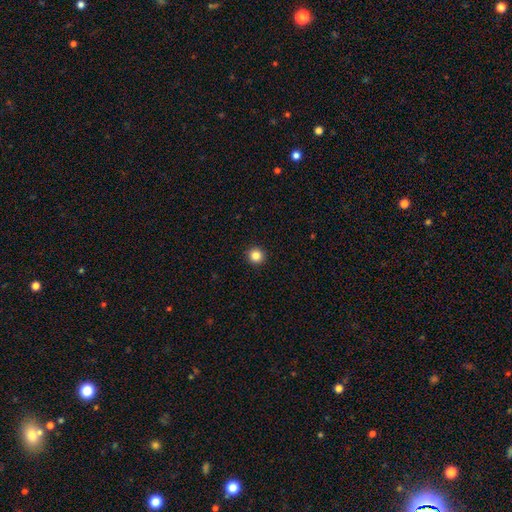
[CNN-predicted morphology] Smooth or featured? smooth (84%)
How rounded? round (96%)
Merging? none (94%)